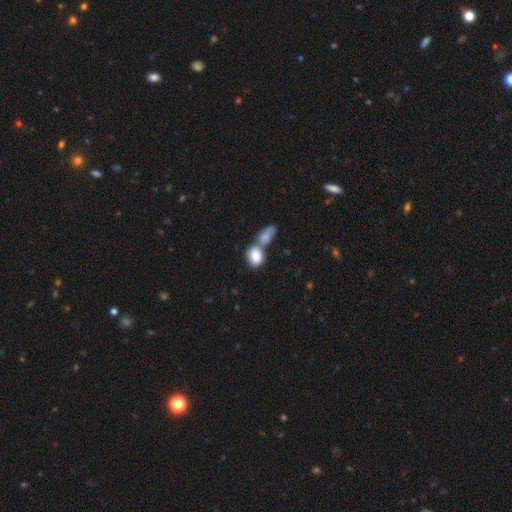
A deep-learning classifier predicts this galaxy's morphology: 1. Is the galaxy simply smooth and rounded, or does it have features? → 84% smooth, 9% featured or disk, 7% star or artifact.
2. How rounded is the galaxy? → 69% in between, 28% round, 2% cigar-shaped.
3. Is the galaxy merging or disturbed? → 61% merger, 26% none, 8% minor disturbance, 4% major disturbance.